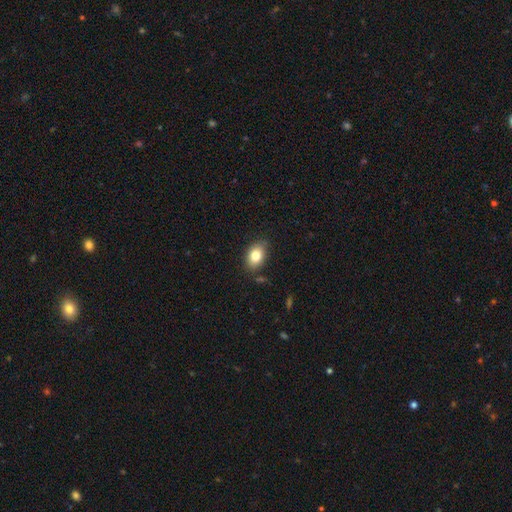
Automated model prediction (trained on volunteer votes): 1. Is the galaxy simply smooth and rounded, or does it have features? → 82% smooth, 10% featured or disk, 8% star or artifact.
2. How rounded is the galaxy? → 84% in between, 15% round, 1% cigar-shaped.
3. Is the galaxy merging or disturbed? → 83% none, 13% minor disturbance, 3% major disturbance, 2% merger.